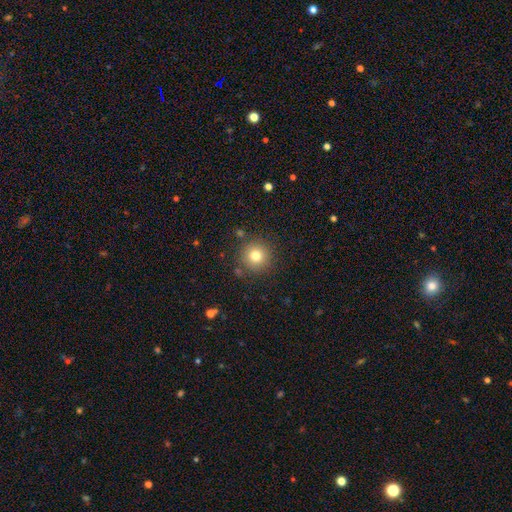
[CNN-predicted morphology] smooth_or_featured: smooth (p=0.78) [alt: star or artifact p=0.13]
how_rounded: round (p=0.95) [alt: in between p=0.04]
merging: none (p=0.87) [alt: minor disturbance p=0.08]